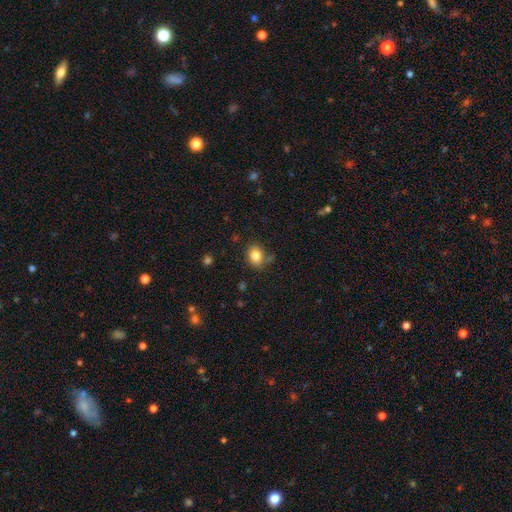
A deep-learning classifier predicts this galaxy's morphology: Smooth or featured? Predicted: smooth (p=0.83). How rounded? Predicted: in between (p=0.54). Merging? Predicted: none (p=0.76).